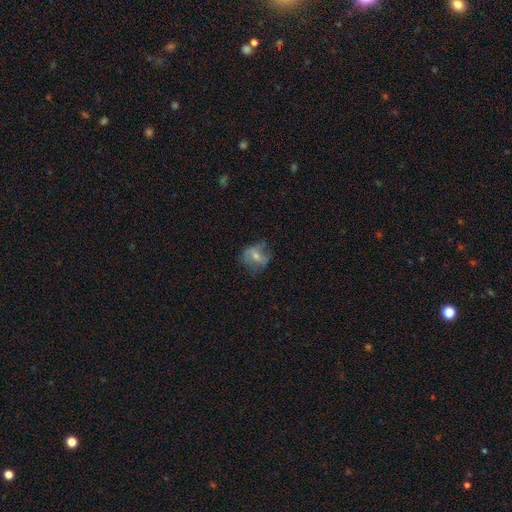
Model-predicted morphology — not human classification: smooth-or-featured: featured or disk: 48% | smooth: 42% | star or artifact: 10%
  merging: none: 58% | minor disturbance: 25% | major disturbance: 16% | merger: 2%